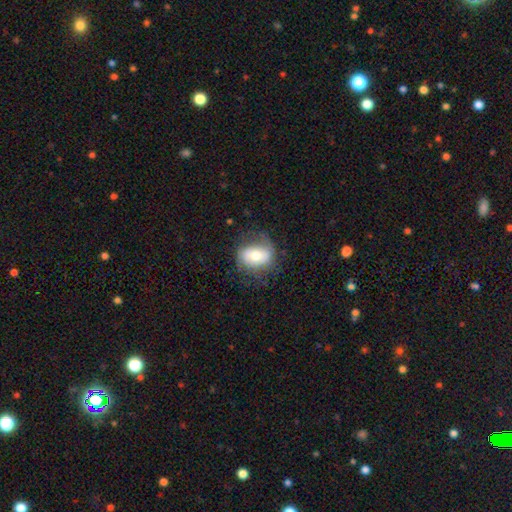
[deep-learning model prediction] smooth_or_featured: smooth (p=0.54) [alt: featured or disk p=0.38]
how_rounded: in between (p=0.61) [alt: round p=0.38]
merging: none (p=0.64) [alt: minor disturbance p=0.22]